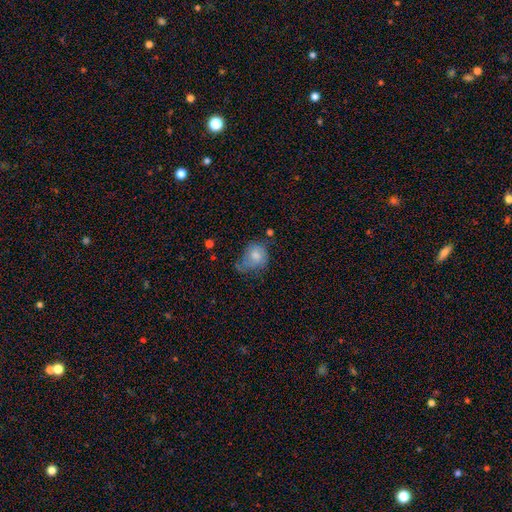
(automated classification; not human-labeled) A smooth galaxy with no disk features (70%) that is in between round and cigar-shaped (54%).

Vote fractions:
- Smooth or featured? smooth: 70% / featured or disk: 21% / star or artifact: 9%
- How rounded? in between: 54% / round: 45% / cigar-shaped: 1%
- Merging? minor disturbance: 36% / major disturbance: 30% / none: 29% / merger: 5%